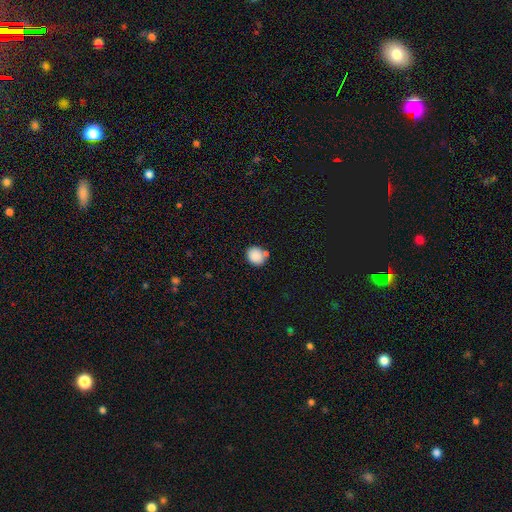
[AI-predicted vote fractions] Morphology: type=smooth (88%); roundness=round (67%); merging=none (68%).